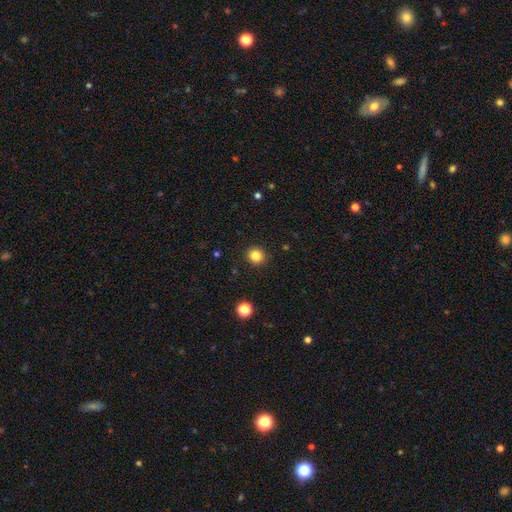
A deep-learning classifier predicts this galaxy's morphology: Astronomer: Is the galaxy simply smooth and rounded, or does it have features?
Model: smooth — 83%.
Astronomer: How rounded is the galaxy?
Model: round — 90%.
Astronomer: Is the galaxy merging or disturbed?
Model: none — 92%.